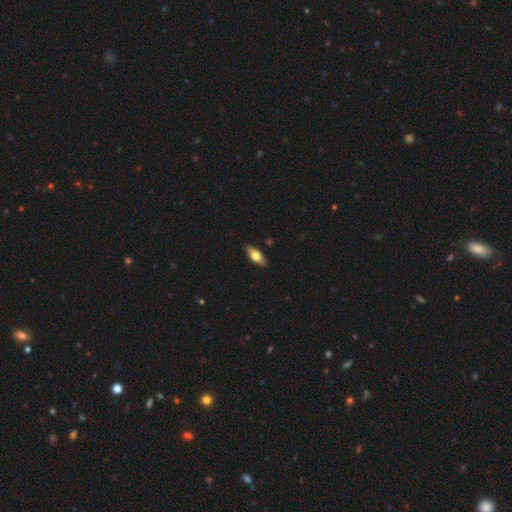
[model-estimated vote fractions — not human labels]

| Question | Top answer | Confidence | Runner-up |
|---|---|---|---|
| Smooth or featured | smooth | 56% | featured or disk (38%) |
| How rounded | in between | 70% | cigar-shaped (27%) |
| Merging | none | 88% | minor disturbance (9%) |